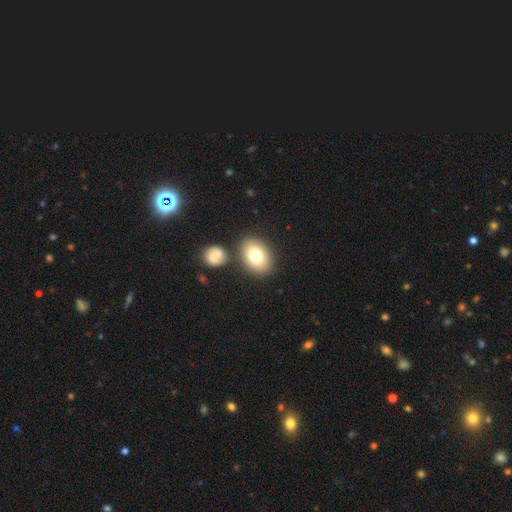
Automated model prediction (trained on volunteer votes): Smooth or featured? smooth (78%)
How rounded? in between (75%)
Merging? none (77%)